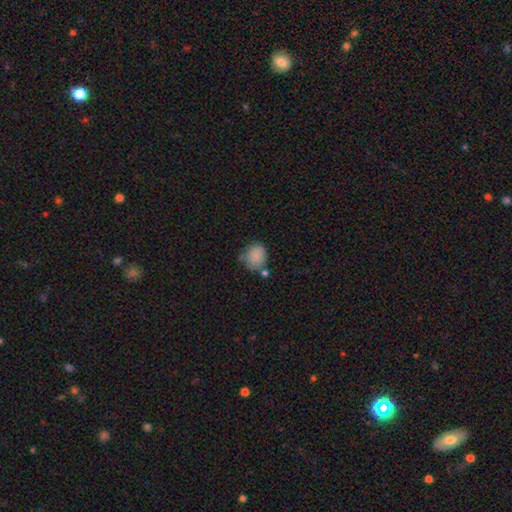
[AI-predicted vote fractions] Smooth or featured? Predicted: smooth (p=0.85). How rounded? Predicted: round (p=0.67). Merging? Predicted: none (p=0.59).